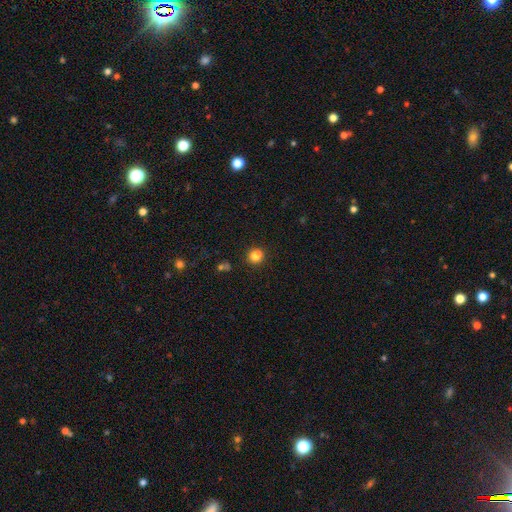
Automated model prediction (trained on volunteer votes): Smooth or featured? Predicted: smooth (p=0.82). How rounded? Predicted: round (p=0.65). Merging? Predicted: none (p=0.75).